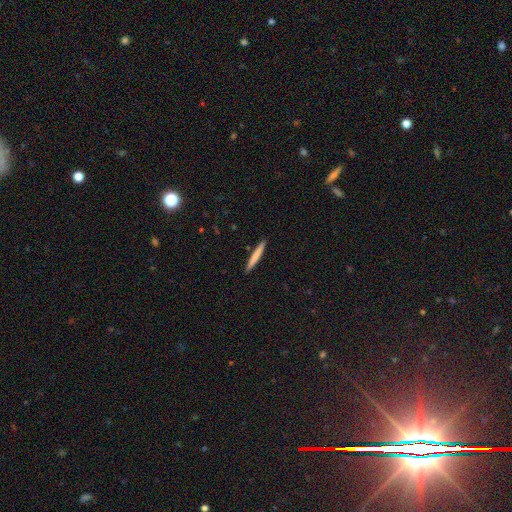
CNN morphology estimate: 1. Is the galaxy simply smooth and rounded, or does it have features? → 75% smooth, 20% featured or disk, 5% star or artifact.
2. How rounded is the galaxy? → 97% cigar-shaped, 2% in between, 1% round.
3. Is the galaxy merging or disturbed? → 93% none, 5% minor disturbance, 1% major disturbance, 1% merger.